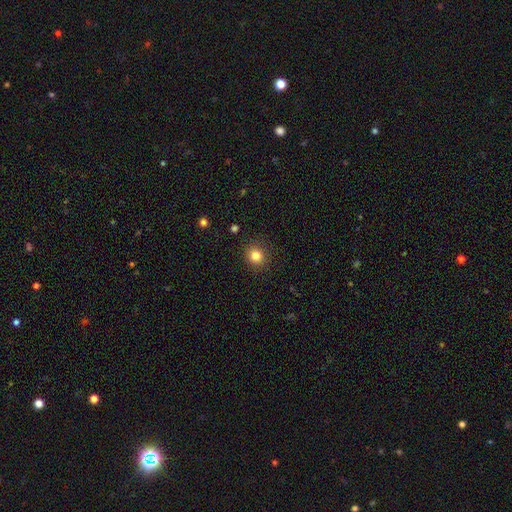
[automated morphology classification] A smooth galaxy with no disk features (82%) that is round (90%). Merging: none (89%).